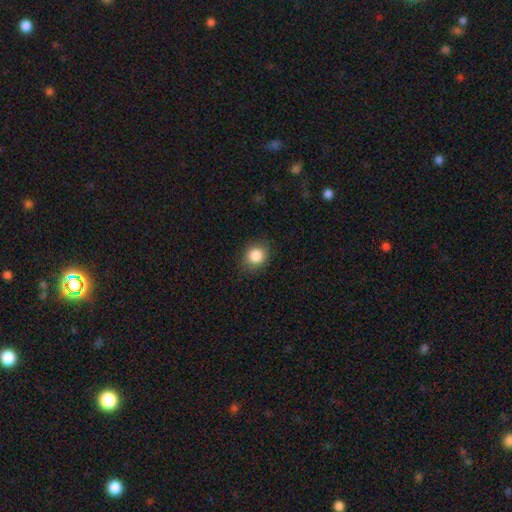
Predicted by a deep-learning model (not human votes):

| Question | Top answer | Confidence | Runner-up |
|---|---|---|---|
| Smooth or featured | smooth | 85% | star or artifact (10%) |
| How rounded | round | 74% | in between (25%) |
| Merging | none | 81% | minor disturbance (14%) |